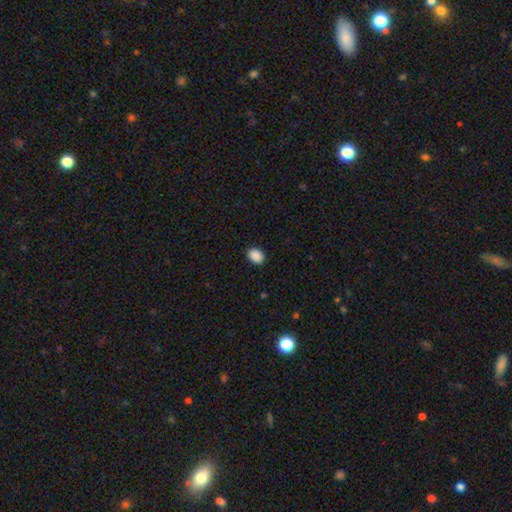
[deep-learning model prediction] Smooth or featured? Predicted: smooth (p=0.90). How rounded? Predicted: in between (p=0.70). Merging? Predicted: none (p=0.90).